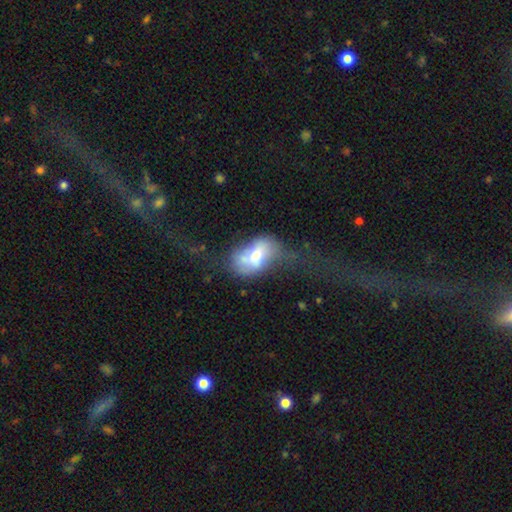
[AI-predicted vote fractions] Overall: smooth (54%; featured or disk 37%). How rounded: in between (81%). Merging: major disturbance (32%; none 28%).